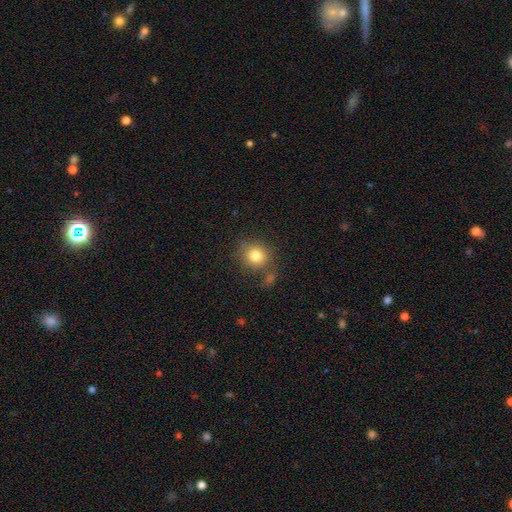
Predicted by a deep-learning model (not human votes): A smooth galaxy with no disk features (80%) that is round (84%). Merging: none (70%).